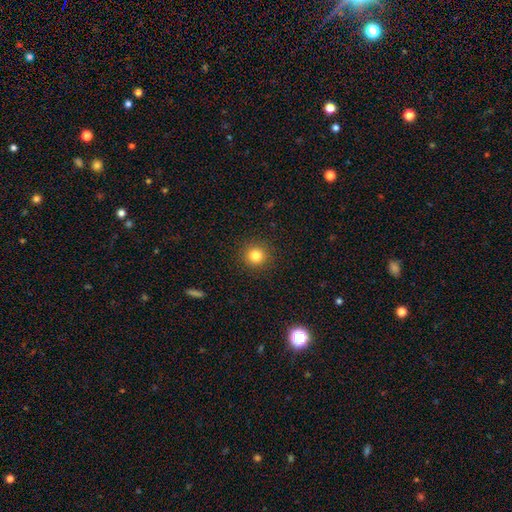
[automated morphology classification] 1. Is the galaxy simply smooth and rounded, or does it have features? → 82% smooth, 12% star or artifact, 6% featured or disk.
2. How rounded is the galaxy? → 94% round, 5% in between, 1% cigar-shaped.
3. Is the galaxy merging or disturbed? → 92% none, 5% minor disturbance, 2% major disturbance, 1% merger.